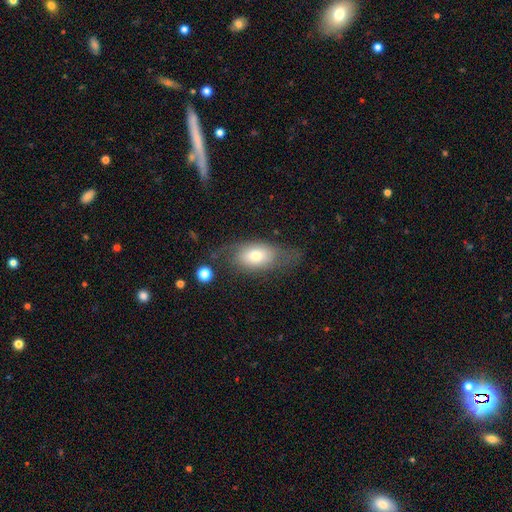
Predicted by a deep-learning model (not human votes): The model was most divided on "smooth or featured": smooth: 58%, featured or disk: 34%, star or artifact: 8%. More confident: how rounded — in between (82%); merging — none (55%).